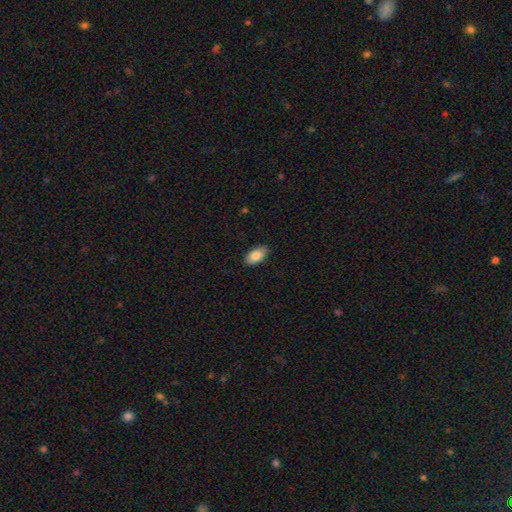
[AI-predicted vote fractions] smooth 83%, featured or disk 11%, star or artifact 7%. Down the decision tree: how rounded — in between (94%); merging — none (86%).